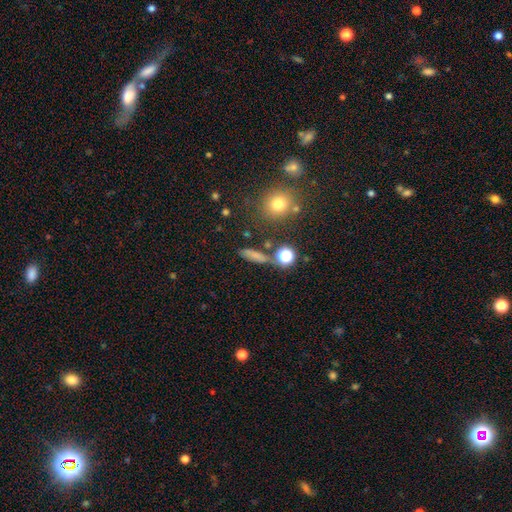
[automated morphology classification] A smooth galaxy with no disk features (68%) that is cigar-shaped (58%). Merging: none (74%).